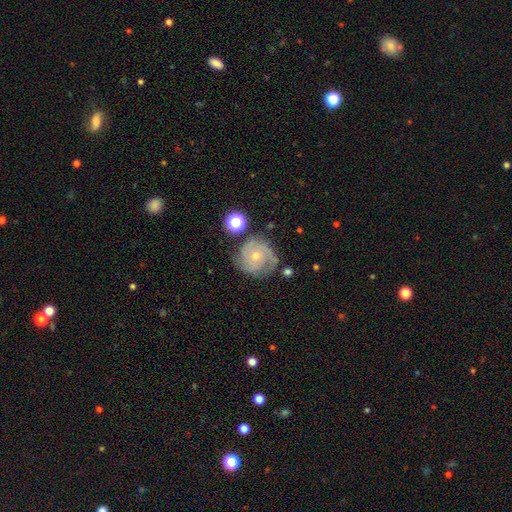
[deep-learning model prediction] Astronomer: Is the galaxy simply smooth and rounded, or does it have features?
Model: featured or disk — 80%.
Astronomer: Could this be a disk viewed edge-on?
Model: no — 98%.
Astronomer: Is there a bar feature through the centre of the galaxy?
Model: no — 79%.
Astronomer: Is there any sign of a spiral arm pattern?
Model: yes — 95%.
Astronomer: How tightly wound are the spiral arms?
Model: tight — 57% (runner-up: medium, 35%).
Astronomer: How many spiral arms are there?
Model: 2 — 35% (runner-up: 3, 33%).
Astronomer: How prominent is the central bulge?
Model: small — 68%.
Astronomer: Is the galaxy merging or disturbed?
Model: none — 70%.